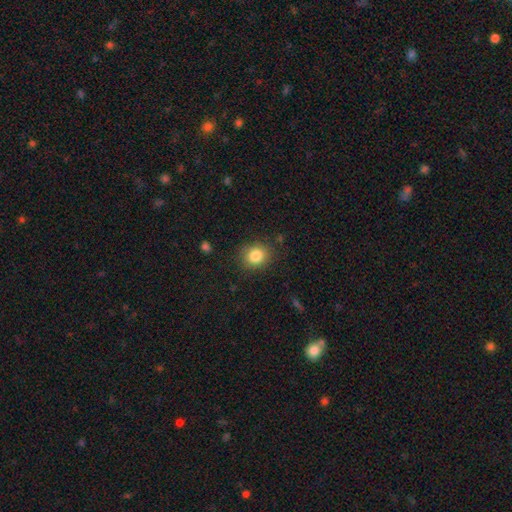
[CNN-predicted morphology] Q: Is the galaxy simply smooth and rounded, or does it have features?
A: smooth — 84%.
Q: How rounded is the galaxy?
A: round — 70%.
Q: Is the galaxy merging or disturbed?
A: none — 85%.